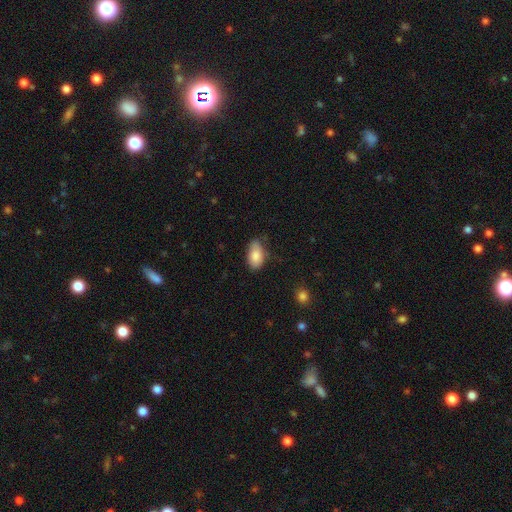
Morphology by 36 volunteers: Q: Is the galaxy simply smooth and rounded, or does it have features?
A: smooth — 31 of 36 (86%).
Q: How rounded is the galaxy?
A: in between — 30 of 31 (97%).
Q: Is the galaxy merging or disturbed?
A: none — 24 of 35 (69%).